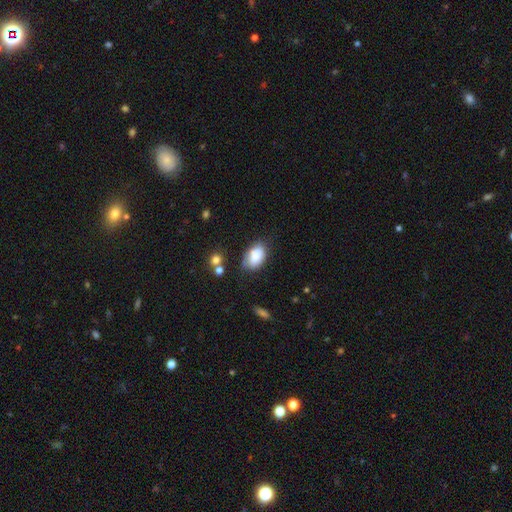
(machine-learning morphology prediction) This is clearly a smooth galaxy (82%). How rounded: clearly in between (90%). Merging: likely none (63%).